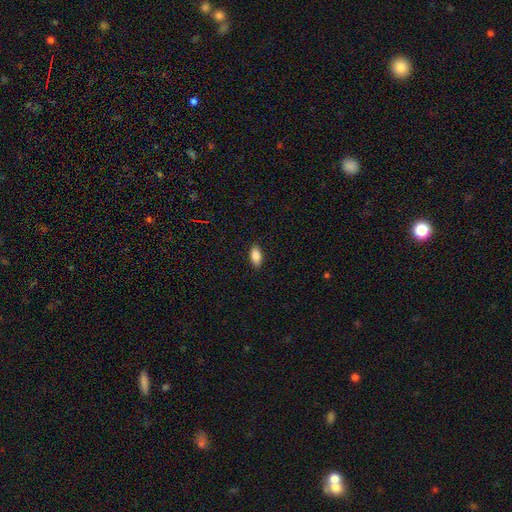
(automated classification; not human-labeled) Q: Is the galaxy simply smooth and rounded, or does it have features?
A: smooth — 87%.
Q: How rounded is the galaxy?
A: in between — 91%.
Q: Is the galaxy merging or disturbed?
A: none — 88%.